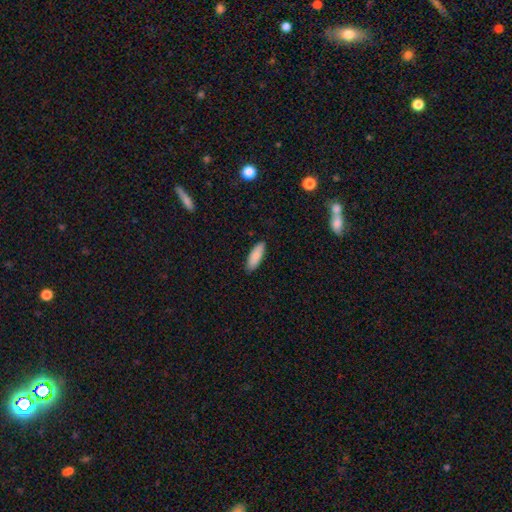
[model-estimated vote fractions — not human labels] A smooth galaxy with no disk features (86%) that is in between round and cigar-shaped (64%).

Vote fractions:
- Smooth or featured? smooth: 86% / featured or disk: 8% / star or artifact: 6%
- How rounded? in between: 64% / cigar-shaped: 34% / round: 2%
- Merging? none: 89% / minor disturbance: 9% / major disturbance: 2% / merger: 1%